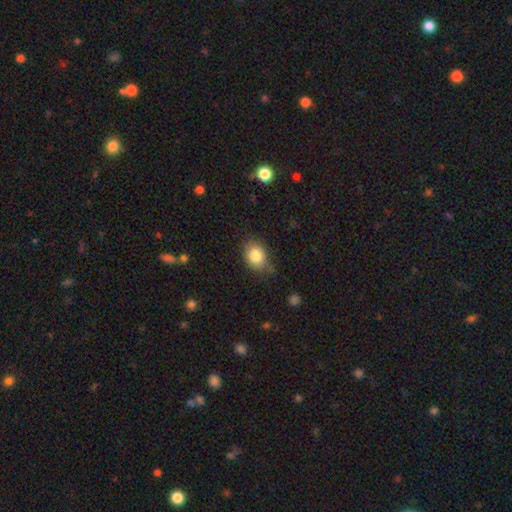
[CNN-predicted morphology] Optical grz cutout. It shows a smooth galaxy with no disk features (83%) that is in between round and cigar-shaped (61%). Merging: none (73%).